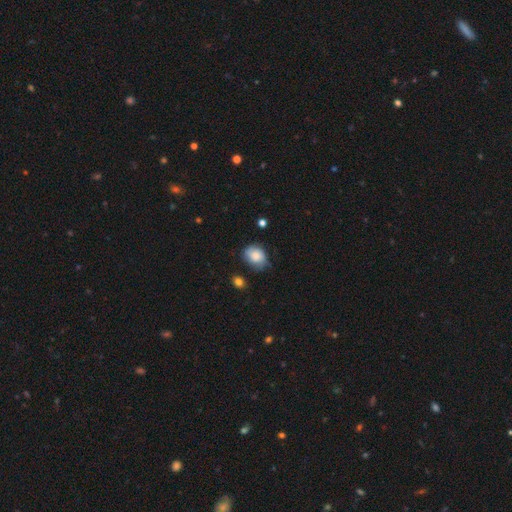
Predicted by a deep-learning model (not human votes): This is likely a smooth galaxy (78%). How rounded: possibly round (53%). Merging: possibly none (54%).